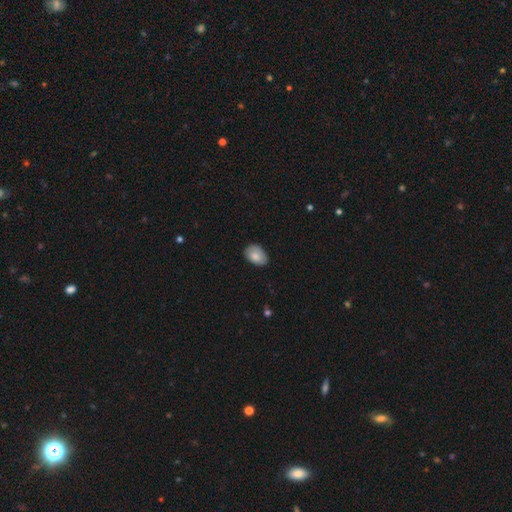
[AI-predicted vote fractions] The model was most divided on "merging": none: 78%, minor disturbance: 18%, major disturbance: 3%, merger: 1%. More confident: how rounded — in between (87%); smooth or featured — smooth (82%).